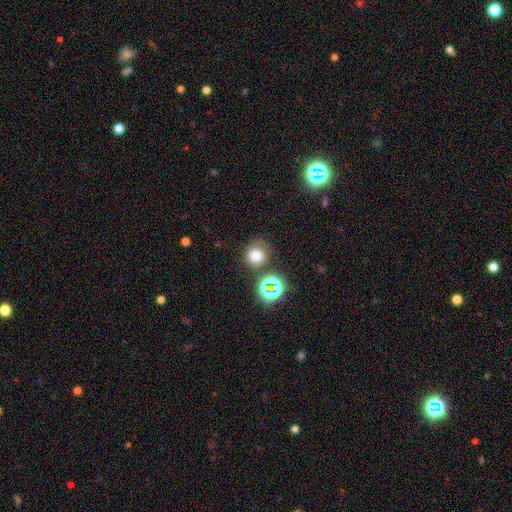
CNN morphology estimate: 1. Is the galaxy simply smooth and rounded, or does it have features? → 70% smooth, 20% star or artifact, 10% featured or disk.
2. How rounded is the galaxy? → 85% round, 14% in between, 1% cigar-shaped.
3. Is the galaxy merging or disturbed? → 72% none, 13% minor disturbance, 10% merger, 5% major disturbance.